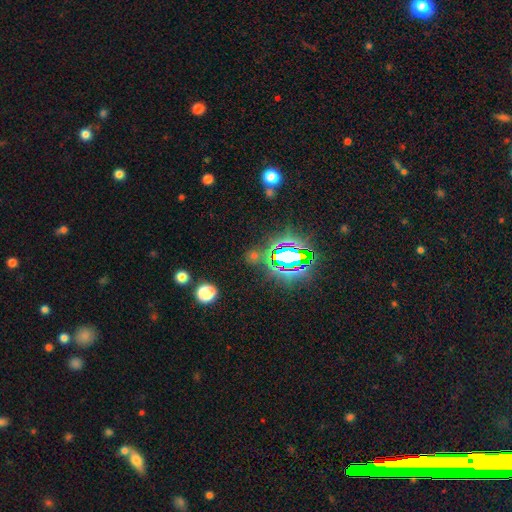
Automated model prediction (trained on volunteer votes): star or artifact 70%, smooth 21%, featured or disk 9%.